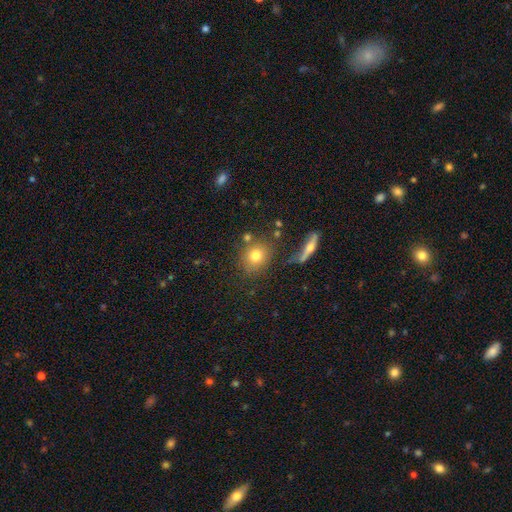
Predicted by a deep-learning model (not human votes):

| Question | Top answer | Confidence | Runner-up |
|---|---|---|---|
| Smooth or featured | smooth | 74% | featured or disk (14%) |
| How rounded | round | 73% | in between (25%) |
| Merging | none | 73% | minor disturbance (12%) |